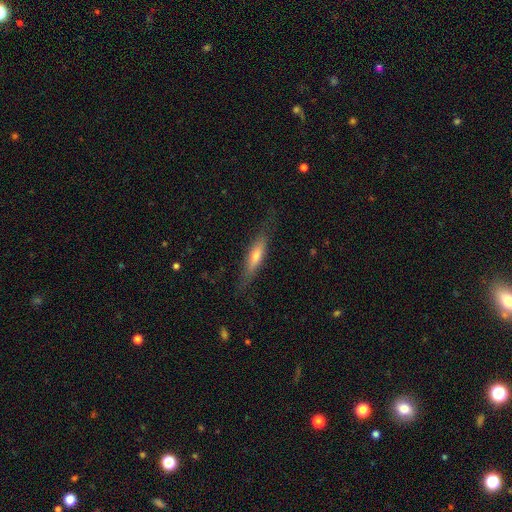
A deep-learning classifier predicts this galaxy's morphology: This is possibly a smooth galaxy (47%, tied with featured or disk). Merging: likely none (77%).